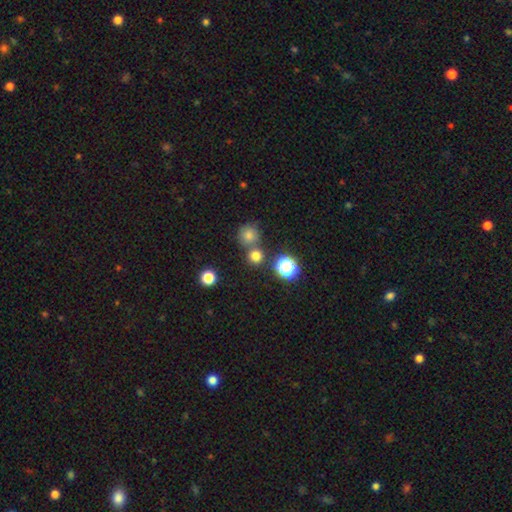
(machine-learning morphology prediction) Smooth or featured?
  - smooth: 74% *
  - star or artifact: 20%
  - featured or disk: 6%
How rounded?
  - round: 90% *
  - in between: 9%
  - cigar-shaped: 1%
Merging?
  - none: 66% *
  - merger: 24%
  - minor disturbance: 7%
  - major disturbance: 3%